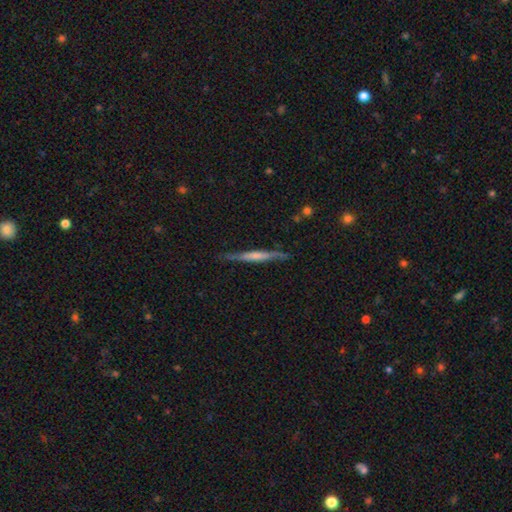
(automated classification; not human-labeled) Overall: featured or disk (71%). Edge-on disk: yes (97%). Edge-on bulge: rounded (60%; none 28%). Merging: none (89%).